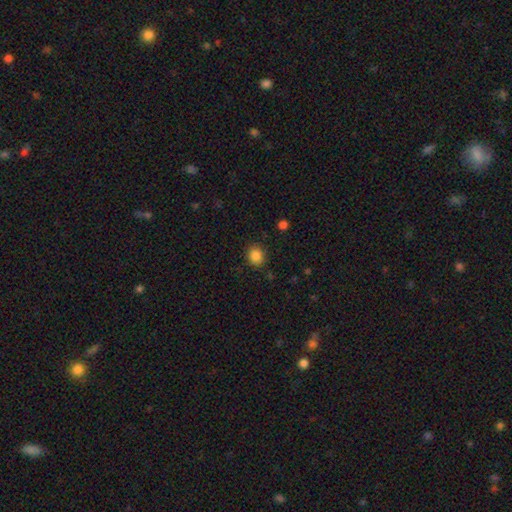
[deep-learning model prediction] A smooth galaxy with no disk features (86%) that is round (73%). Merging: none (87%).